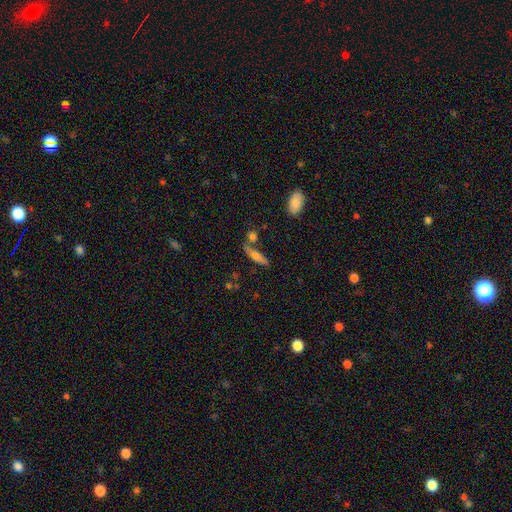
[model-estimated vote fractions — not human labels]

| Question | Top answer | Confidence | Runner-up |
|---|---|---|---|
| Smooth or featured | smooth | 54% | featured or disk (37%) |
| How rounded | cigar-shaped | 74% | in between (23%) |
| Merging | none | 63% | merger (19%) |